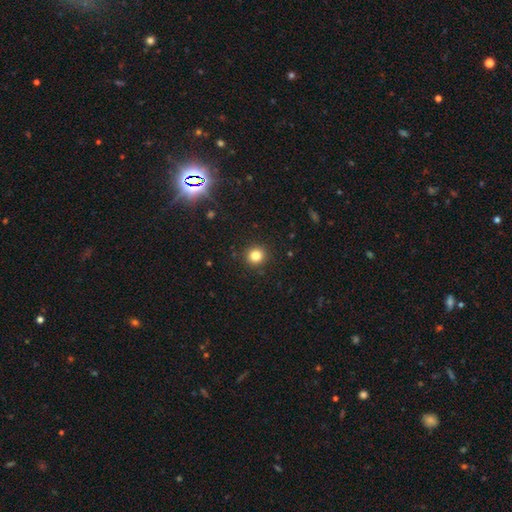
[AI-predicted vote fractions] smooth 82%, star or artifact 13%, featured or disk 5%. Down the decision tree: how rounded — round (92%); merging — none (92%).